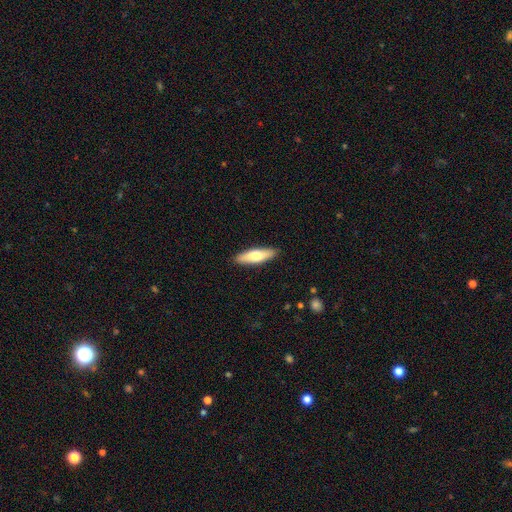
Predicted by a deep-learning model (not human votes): Smooth or featured? smooth (68%)
How rounded? cigar-shaped (58%)
Merging? none (89%)